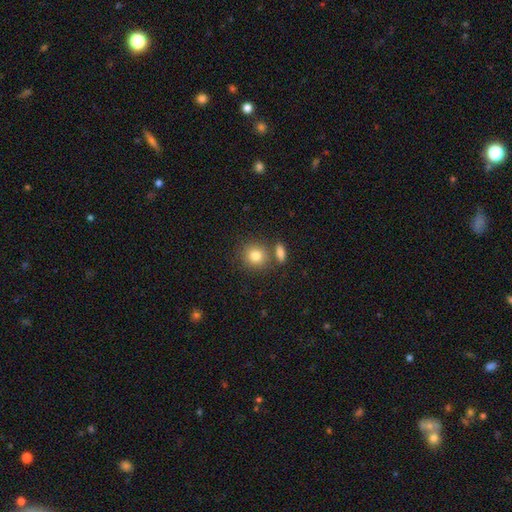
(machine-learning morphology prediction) smooth_or_featured: smooth (p=0.82) [alt: star or artifact p=0.09]
how_rounded: round (p=0.79) [alt: in between p=0.19]
merging: none (p=0.68) [alt: merger p=0.19]